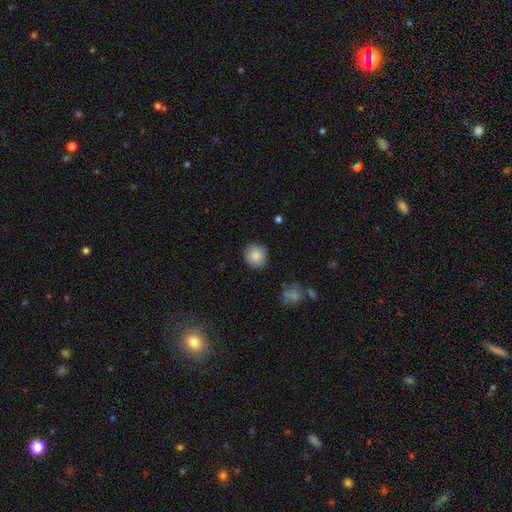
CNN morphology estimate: A smooth galaxy with no disk features (87%) that is round (88%).

Vote fractions:
- Smooth or featured? smooth: 87% / star or artifact: 8% / featured or disk: 6%
- How rounded? round: 88% / in between: 11% / cigar-shaped: 1%
- Merging? none: 86% / minor disturbance: 10% / major disturbance: 2% / merger: 2%